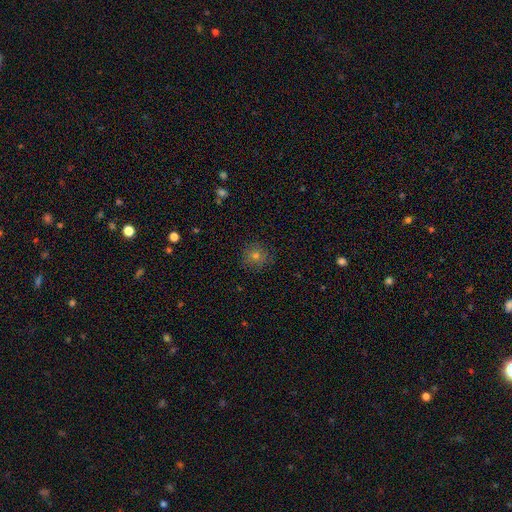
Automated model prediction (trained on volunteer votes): Smooth or featured: smooth — 66% (star or artifact — 22%)
How rounded: round — 92% (in between — 7%)
Merging: none — 87% (minor disturbance — 9%)